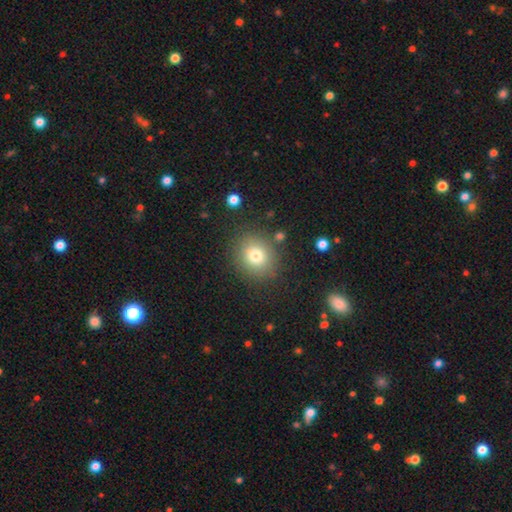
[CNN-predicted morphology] Q: Smooth or featured?
A: smooth (76%); runner-up: star or artifact (13%)
Q: How rounded?
A: round (75%); runner-up: in between (24%)
Q: Merging?
A: none (82%); runner-up: minor disturbance (10%)